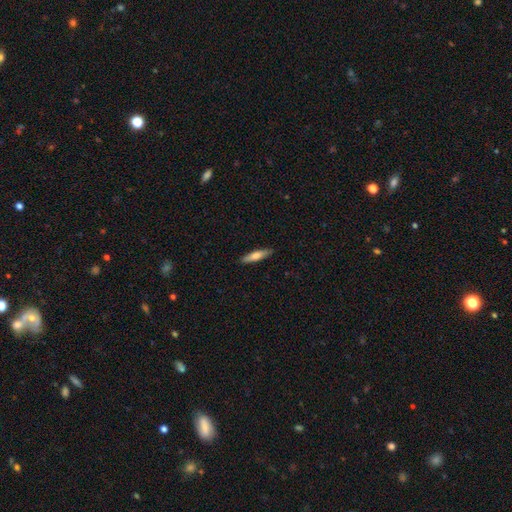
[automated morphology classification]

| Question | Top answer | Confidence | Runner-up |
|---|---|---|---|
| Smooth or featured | smooth | 65% | featured or disk (29%) |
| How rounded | cigar-shaped | 80% | in between (18%) |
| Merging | none | 89% | minor disturbance (8%) |